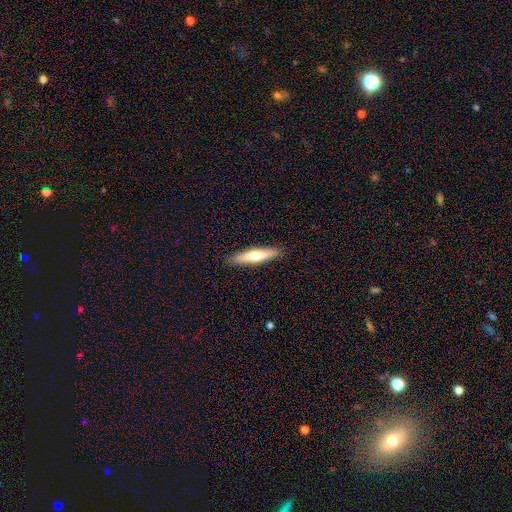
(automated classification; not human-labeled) Smooth or featured?
  - smooth: 54% *
  - featured or disk: 40%
  - star or artifact: 5%
How rounded?
  - cigar-shaped: 85% *
  - in between: 13%
  - round: 1%
Merging?
  - none: 90% *
  - minor disturbance: 7%
  - major disturbance: 2%
  - merger: 1%